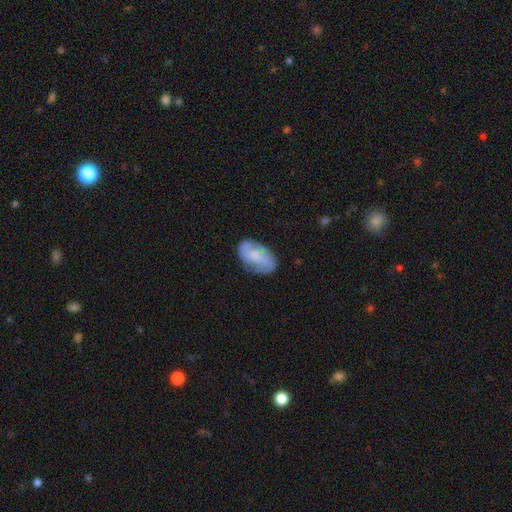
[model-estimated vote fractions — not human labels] Morphology: type=smooth (47%); merging=none (71%).